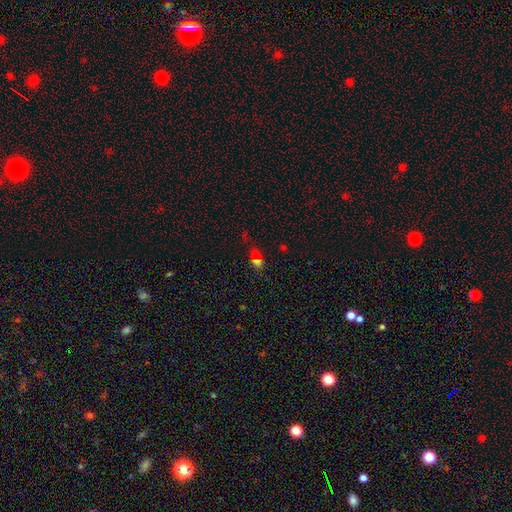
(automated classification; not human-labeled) Q: Smooth or featured?
A: smooth (61%); runner-up: star or artifact (27%)
Q: How rounded?
A: round (50%); runner-up: in between (43%)
Q: Merging?
A: merger (37%); runner-up: none (35%)